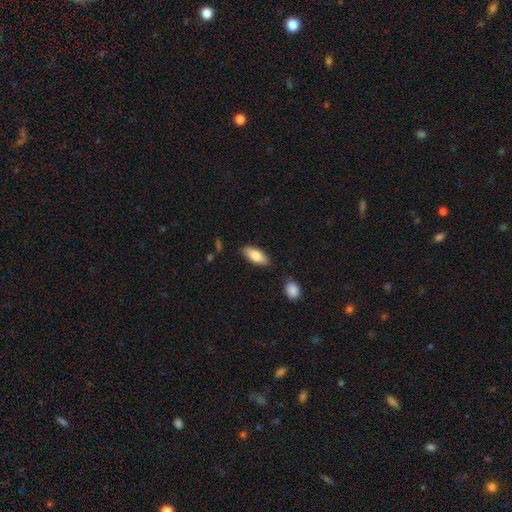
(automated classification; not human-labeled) This appears to be a smooth galaxy with no disk features (83%) that is in between round and cigar-shaped (81%). Merging: none (81%).